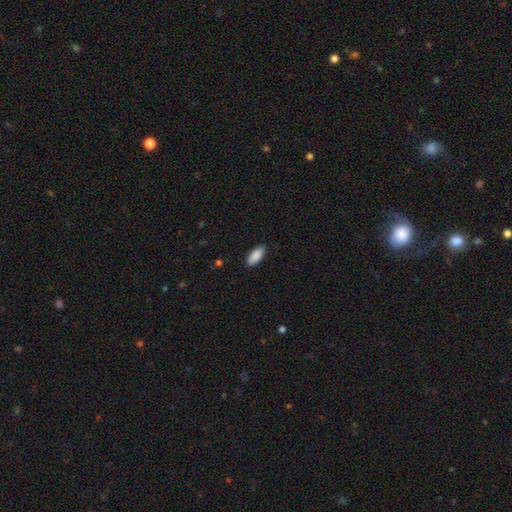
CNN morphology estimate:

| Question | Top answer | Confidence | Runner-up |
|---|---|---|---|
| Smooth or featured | smooth | 90% | star or artifact (6%) |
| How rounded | in between | 85% | cigar-shaped (14%) |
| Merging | none | 87% | minor disturbance (10%) |